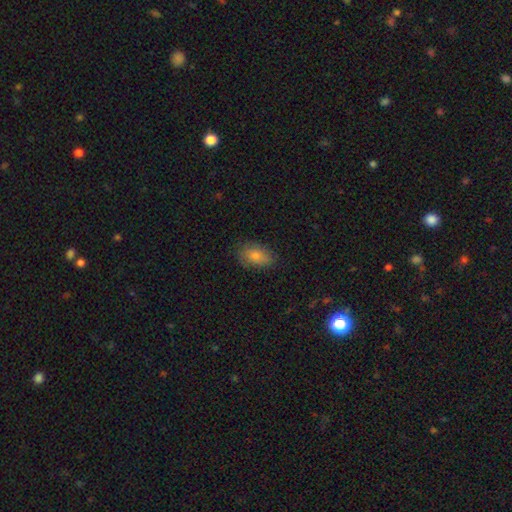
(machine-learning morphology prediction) This is likely a smooth galaxy (75%). How rounded: clearly in between (87%). Merging: likely none (79%).